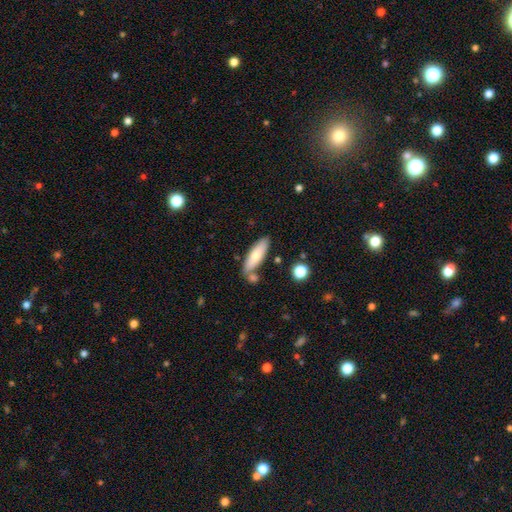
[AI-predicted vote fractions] A smooth galaxy with no disk features (69%) that is cigar-shaped (52%). Merging: none (70%).